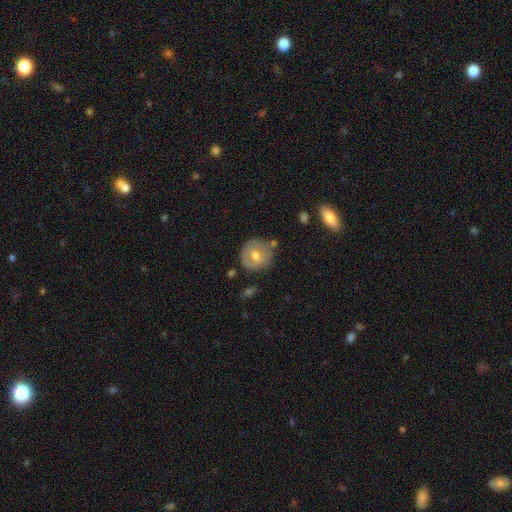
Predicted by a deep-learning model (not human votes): Overall: smooth (60%; featured or disk 32%). How rounded: round (91%). Merging: none (77%).